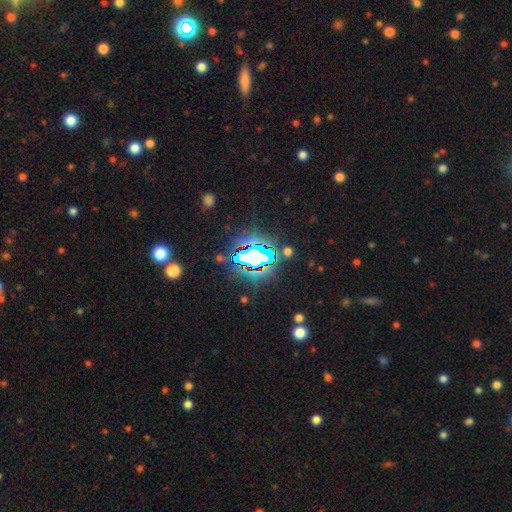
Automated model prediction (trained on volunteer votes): Smooth or featured? star or artifact (63%)